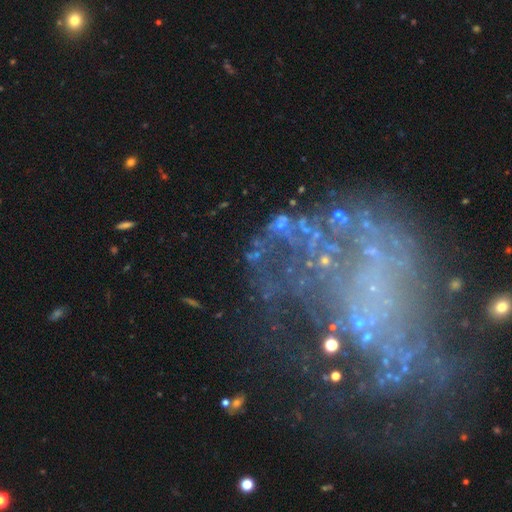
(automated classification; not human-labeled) Smooth or featured? featured or disk (54%)
Edge-on disk? no (95%)
Bar? no (82%)
Spiral arms? no (61%)
Bulge size? none (53%)
Merging? none (51%)